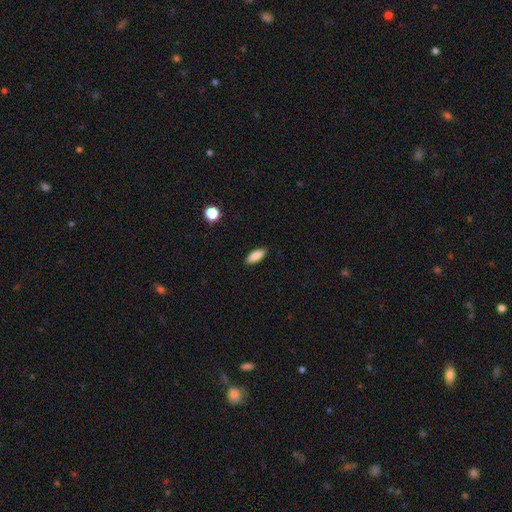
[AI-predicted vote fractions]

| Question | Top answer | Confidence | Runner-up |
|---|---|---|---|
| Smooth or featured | smooth | 86% | star or artifact (7%) |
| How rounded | in between | 78% | cigar-shaped (20%) |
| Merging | none | 89% | minor disturbance (9%) |